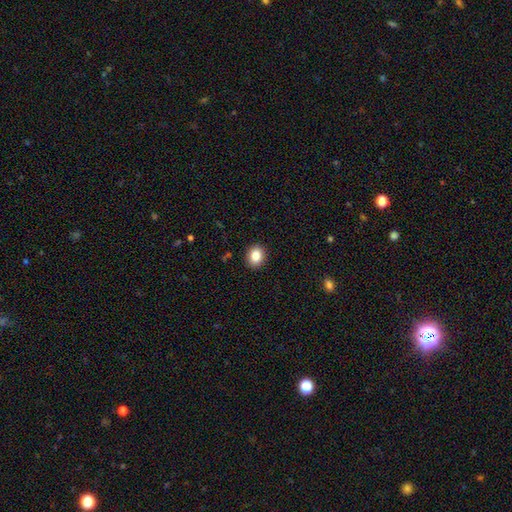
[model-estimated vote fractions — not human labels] This appears to be a smooth galaxy with no disk features (84%) that is round (62%). Merging: none (91%).